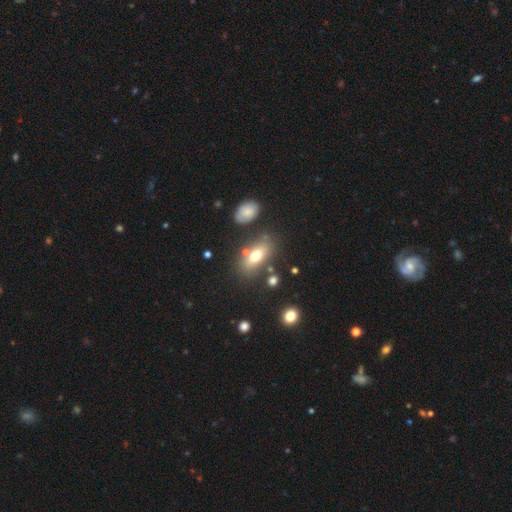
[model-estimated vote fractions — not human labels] A smooth galaxy with no disk features (67%) that is in between round and cigar-shaped (82%).

Vote fractions:
- Smooth or featured? smooth: 67% / featured or disk: 23% / star or artifact: 10%
- How rounded? in between: 82% / round: 9% / cigar-shaped: 9%
- Merging? none: 73% / minor disturbance: 13% / merger: 9% / major disturbance: 5%